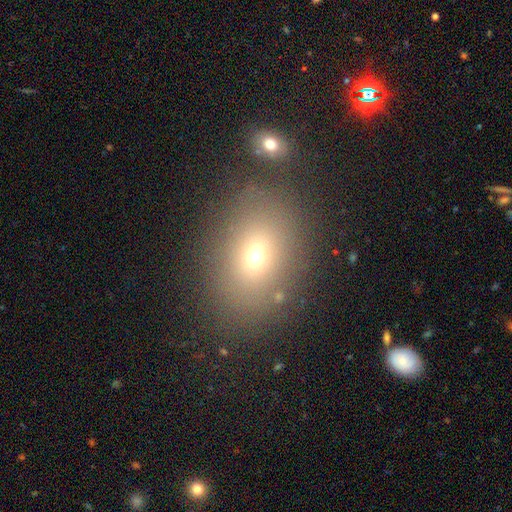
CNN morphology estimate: smooth 68%, star or artifact 18%, featured or disk 14%. Down the decision tree: how rounded — in between (61%); merging — none (76%).